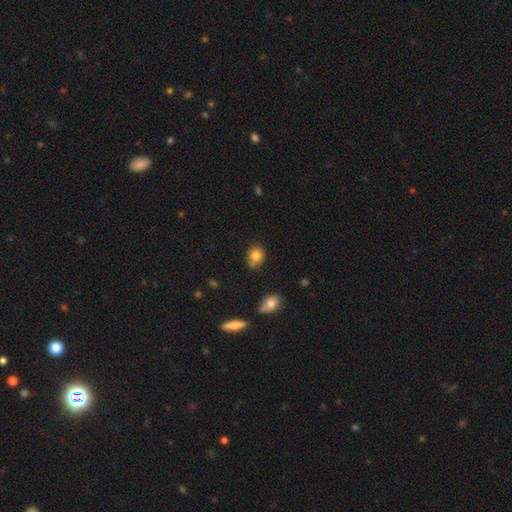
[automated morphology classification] Smooth or featured?
  - smooth: 79% *
  - star or artifact: 11%
  - featured or disk: 10%
How rounded?
  - round: 61% *
  - in between: 38%
  - cigar-shaped: 1%
Merging?
  - none: 58% *
  - minor disturbance: 24%
  - merger: 12%
  - major disturbance: 6%